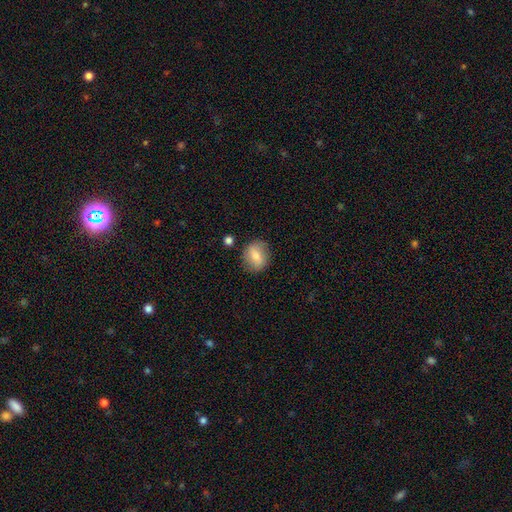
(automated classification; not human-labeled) A smooth galaxy with no disk features (73%) that is round (63%). Merging: none (83%).